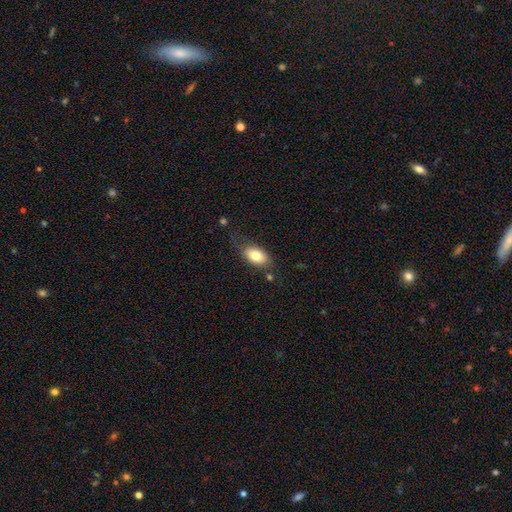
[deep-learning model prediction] smooth 78%, featured or disk 14%, star or artifact 8%. Down the decision tree: how rounded — in between (88%); merging — none (69%).